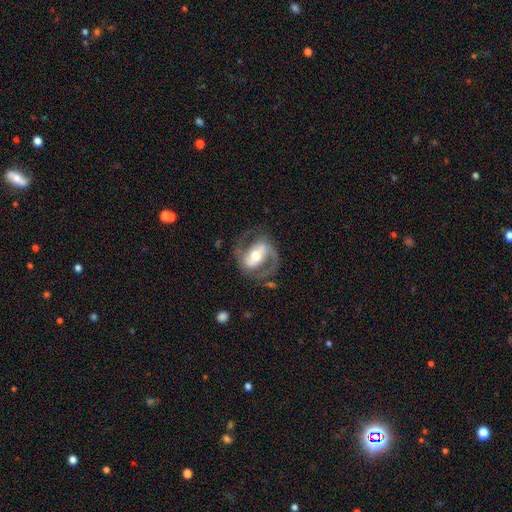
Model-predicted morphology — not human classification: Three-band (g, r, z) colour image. It shows a featured or disk galaxy (83%) with a strong bar (44%), 2 (88%) medium (55%) spiral arms (90%) and a moderate central bulge (69%). Merging: none (70%).